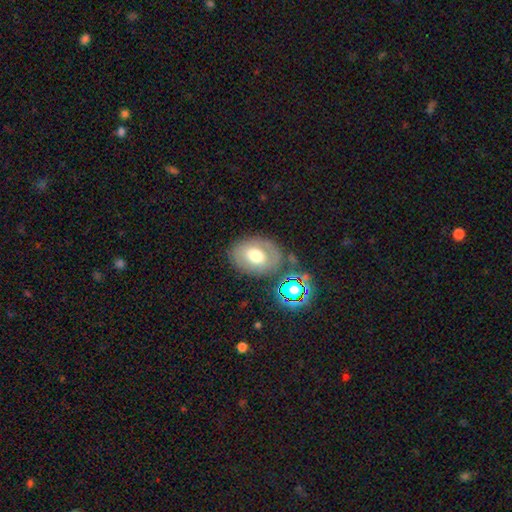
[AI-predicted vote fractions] Q: Smooth or featured?
A: smooth (56%); runner-up: featured or disk (34%)
Q: How rounded?
A: in between (72%); runner-up: round (27%)
Q: Merging?
A: none (72%); runner-up: minor disturbance (15%)